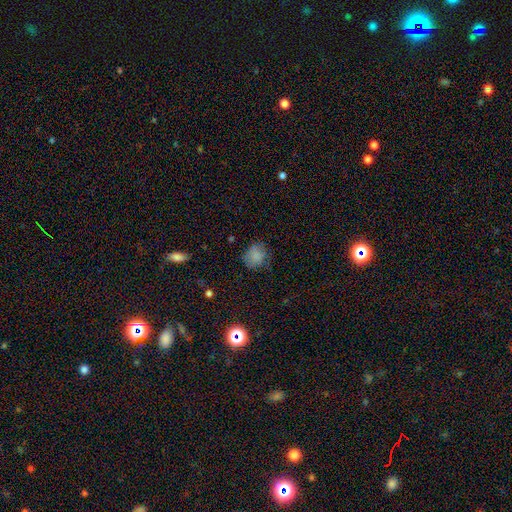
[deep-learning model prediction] Overall: smooth (79%). How rounded: round (71%). Merging: none (68%).